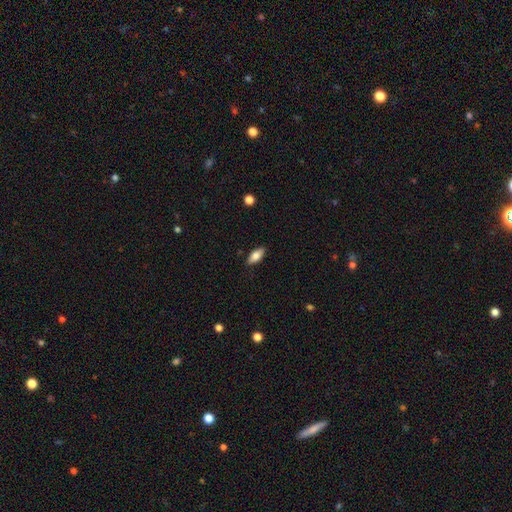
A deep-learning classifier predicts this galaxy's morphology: smooth-or-featured: smooth: 79% | featured or disk: 14% | star or artifact: 7%
  how-rounded: in between: 84% | cigar-shaped: 13% | round: 3%
  merging: none: 87% | minor disturbance: 10% | major disturbance: 2% | merger: 1%